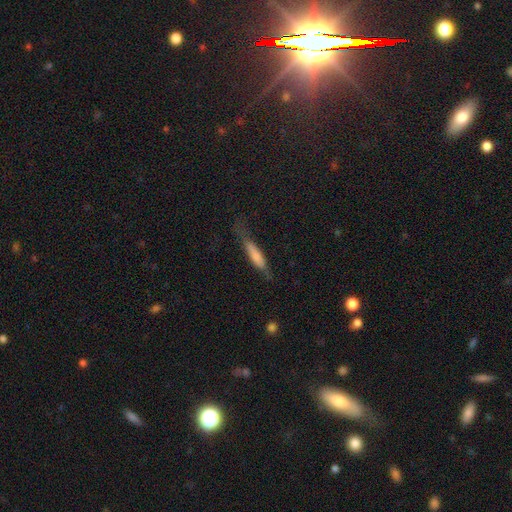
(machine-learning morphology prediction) smooth 68%, featured or disk 25%, star or artifact 7%. Down the decision tree: how rounded — cigar-shaped (76%); merging — none (51%).